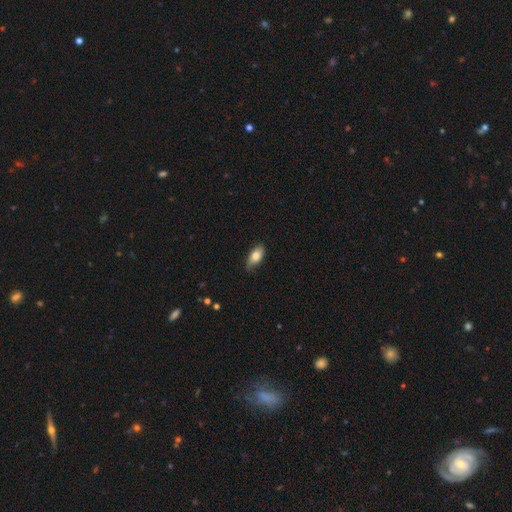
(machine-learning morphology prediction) This appears to be a smooth galaxy with no disk features (80%) that is in between round and cigar-shaped (88%). Merging: none (71%).